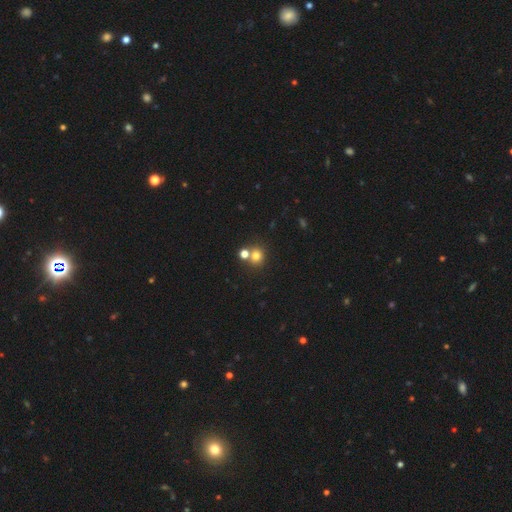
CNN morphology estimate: A smooth galaxy with no disk features (75%) that is round (84%).

Vote fractions:
- Smooth or featured? smooth: 75% / star or artifact: 16% / featured or disk: 9%
- How rounded? round: 84% / in between: 15% / cigar-shaped: 1%
- Merging? none: 59% / merger: 30% / minor disturbance: 8% / major disturbance: 3%